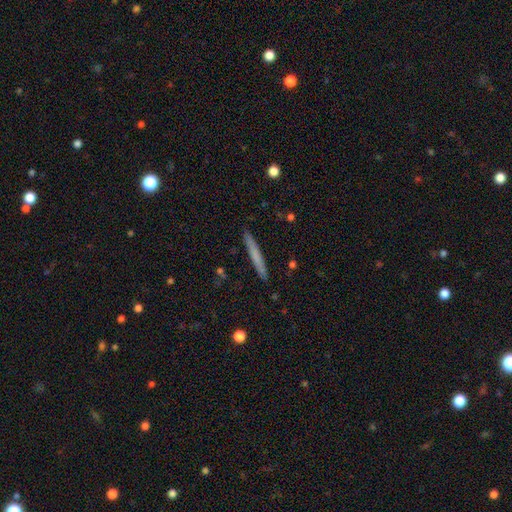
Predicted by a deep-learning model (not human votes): Smooth or featured: smooth — 64% (featured or disk — 30%)
How rounded: cigar-shaped — 97% (in between — 2%)
Merging: none — 91% (minor disturbance — 7%)